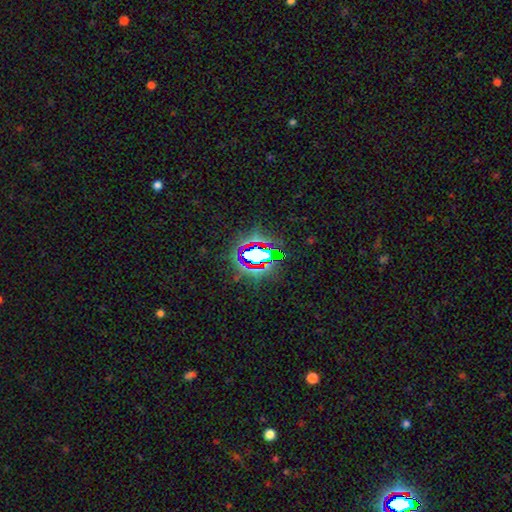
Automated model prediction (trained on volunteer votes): The model was most divided on "smooth or featured": star or artifact: 67%, smooth: 20%, featured or disk: 14%.